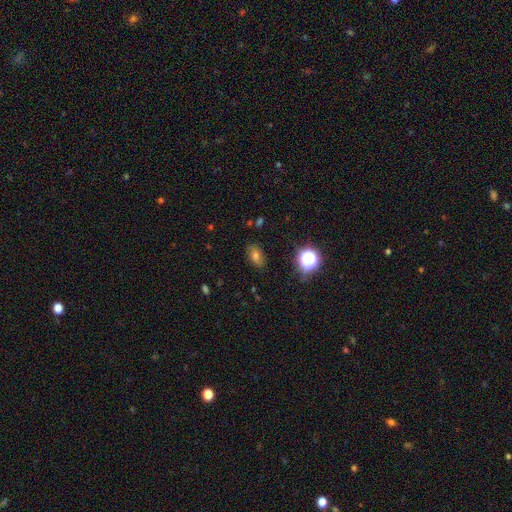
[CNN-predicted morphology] This is likely a smooth galaxy (61%). How rounded: clearly in between (83%). Merging: clearly none (81%).